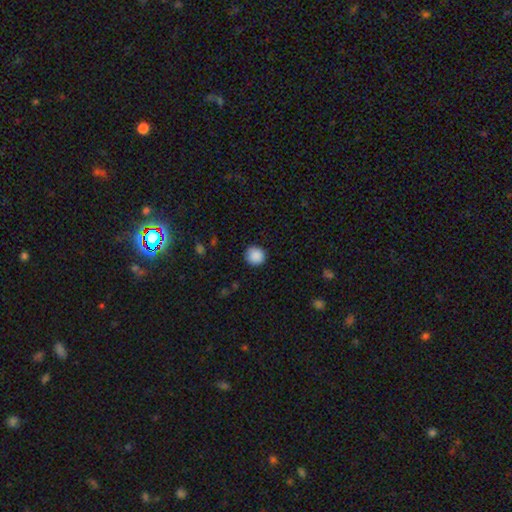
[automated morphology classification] Q: Smooth or featured?
A: smooth (89%); runner-up: star or artifact (9%)
Q: How rounded?
A: round (91%); runner-up: in between (8%)
Q: Merging?
A: none (87%); runner-up: minor disturbance (9%)